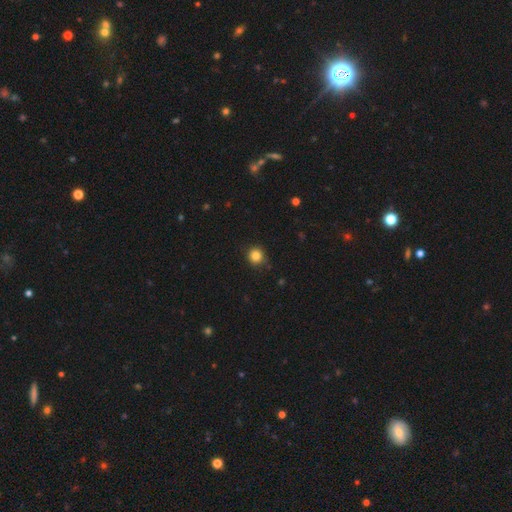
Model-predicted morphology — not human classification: Overall: smooth (84%). How rounded: round (92%). Merging: none (87%).